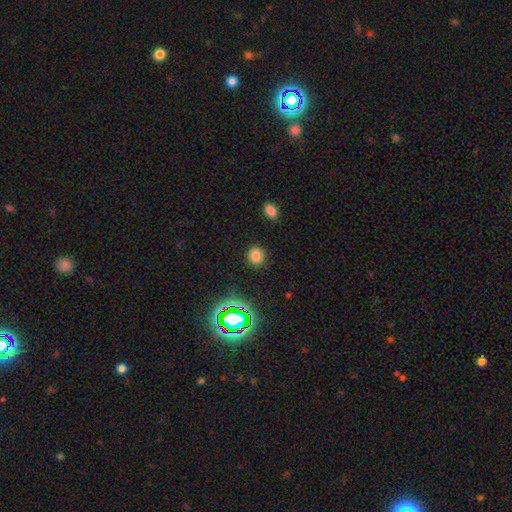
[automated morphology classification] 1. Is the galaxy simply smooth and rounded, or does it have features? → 76% smooth, 18% star or artifact, 6% featured or disk.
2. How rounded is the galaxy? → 70% round, 29% in between, 1% cigar-shaped.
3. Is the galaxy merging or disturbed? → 88% none, 8% minor disturbance, 3% major disturbance, 2% merger.